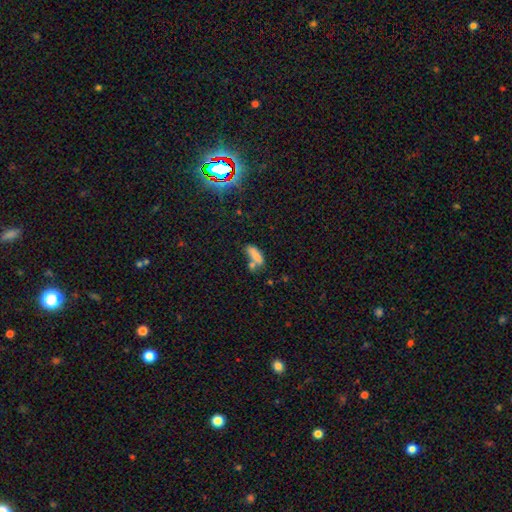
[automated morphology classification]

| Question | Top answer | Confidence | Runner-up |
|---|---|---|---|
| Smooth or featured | smooth | 77% | featured or disk (12%) |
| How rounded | in between | 54% | cigar-shaped (43%) |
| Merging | none | 38% | merger (37%) |